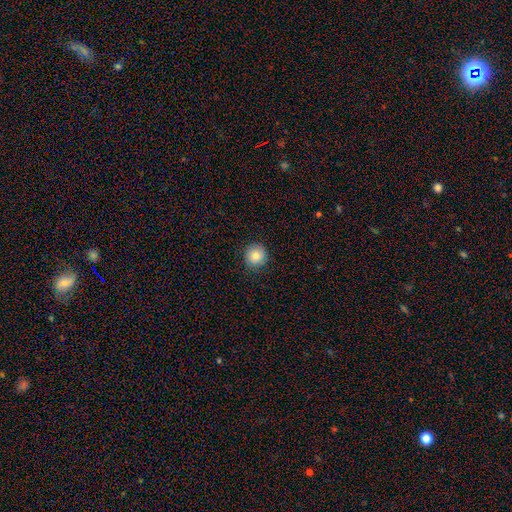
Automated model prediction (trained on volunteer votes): This appears to be a smooth galaxy with no disk features (79%) that is round (94%). Merging: none (89%).